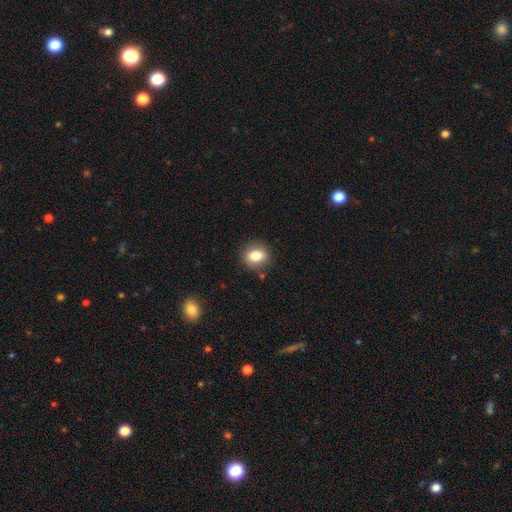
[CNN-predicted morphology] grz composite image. It shows a smooth galaxy with no disk features (81%) that is round (64%). Merging: none (86%).